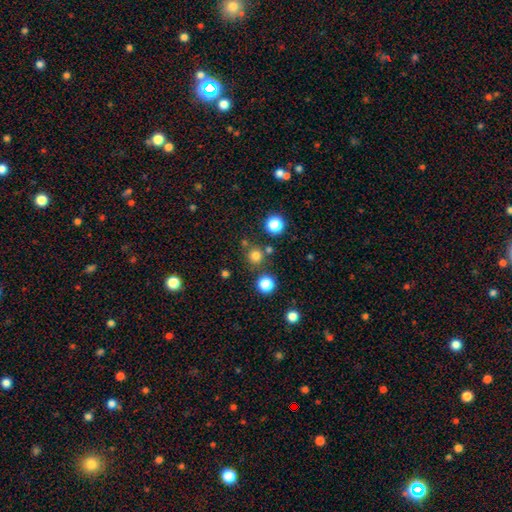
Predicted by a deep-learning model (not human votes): A smooth galaxy with no disk features (75%) that is round (93%).

Vote fractions:
- Smooth or featured? smooth: 75% / star or artifact: 19% / featured or disk: 6%
- How rounded? round: 93% / in between: 6% / cigar-shaped: 1%
- Merging? none: 79% / merger: 11% / minor disturbance: 7% / major disturbance: 3%